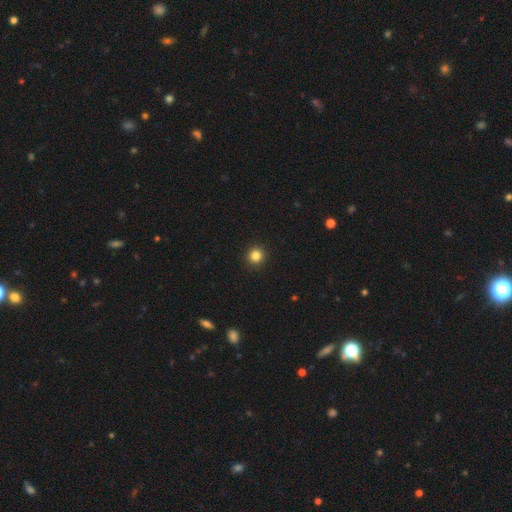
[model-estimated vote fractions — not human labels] Smooth or featured?
  - smooth: 84% *
  - star or artifact: 12%
  - featured or disk: 4%
How rounded?
  - round: 95% *
  - in between: 4%
  - cigar-shaped: 1%
Merging?
  - none: 93% *
  - minor disturbance: 4%
  - major disturbance: 2%
  - merger: 1%